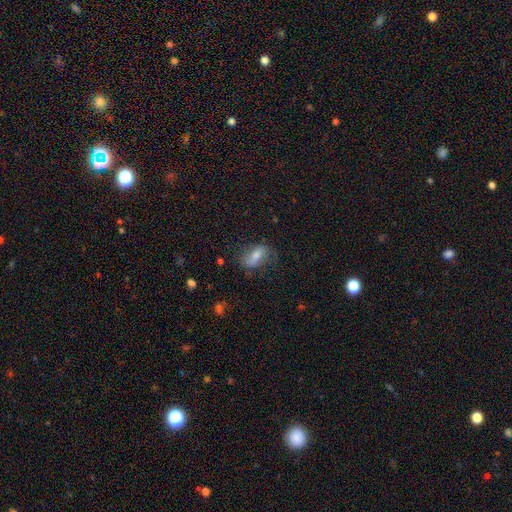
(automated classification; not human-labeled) smooth_or_featured: smooth (p=0.64) [alt: featured or disk p=0.27]
how_rounded: in between (p=0.85) [alt: cigar-shaped p=0.08]
merging: none (p=0.60) [alt: minor disturbance p=0.24]